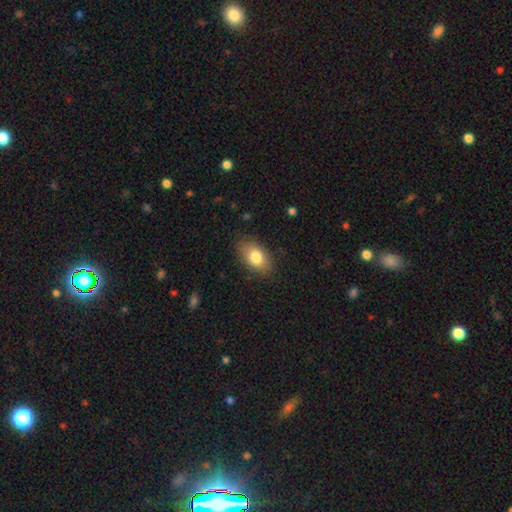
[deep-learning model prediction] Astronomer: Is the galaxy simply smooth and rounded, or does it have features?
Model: smooth — 80%.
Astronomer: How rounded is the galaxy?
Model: in between — 87%.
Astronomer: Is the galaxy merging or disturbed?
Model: none — 83%.